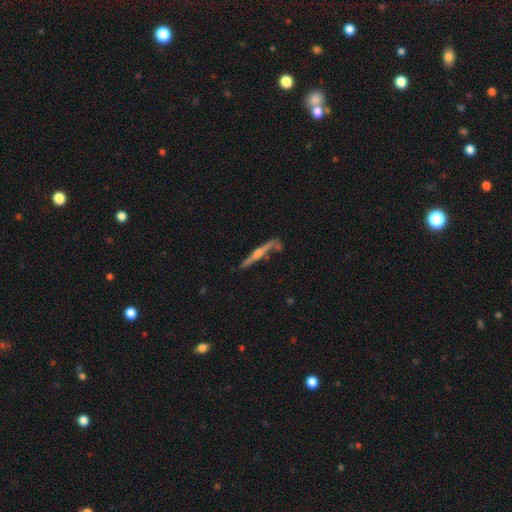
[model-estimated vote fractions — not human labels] Smooth or featured? Predicted: featured or disk (p=0.74). Edge-on disk? Predicted: yes (p=0.93). Edge-on bulge? Predicted: rounded (p=0.79). Merging? Predicted: none (p=0.64).